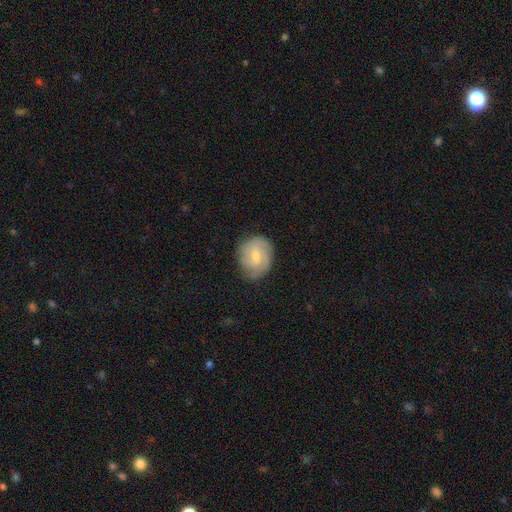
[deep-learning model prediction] A featured or disk galaxy (69%) with a weak bar (57%), 2 (38%) tight (58%) spiral arms (93%) and a small central bulge (48%).

Vote fractions:
- Smooth or featured? featured or disk: 69% / smooth: 25% / star or artifact: 6%
- Edge-on disk? no: 98% / yes: 2%
- Bar? weak: 57% / no: 34% / strong: 9%
- Spiral arms? yes: 93% / no: 7%
- Spiral winding? tight: 58% / medium: 33% / loose: 9%
- Spiral arm count? 2: 38% / can't tell: 25% / 3: 24% / 4: 5% / 1: 5% / more than 4: 3%
- Bulge size? small: 48% / moderate: 47% / none: 2% / large: 2% / dominant: 1%
- Merging? none: 76% / minor disturbance: 18% / major disturbance: 5% / merger: 1%